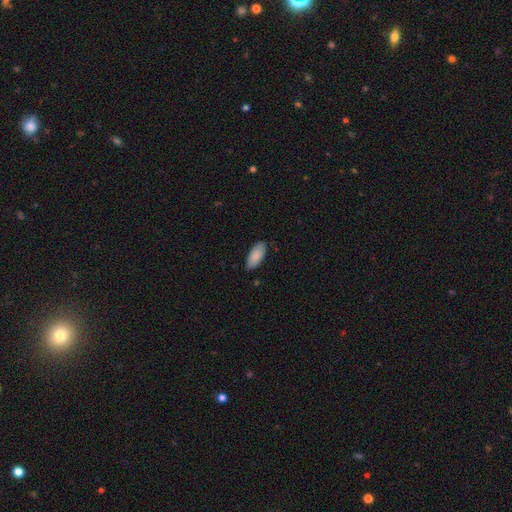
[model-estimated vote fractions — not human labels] smooth-or-featured: smooth: 88% | featured or disk: 6% | star or artifact: 6%
  how-rounded: in between: 90% | cigar-shaped: 8% | round: 2%
  merging: none: 84% | minor disturbance: 13% | major disturbance: 2% | merger: 1%